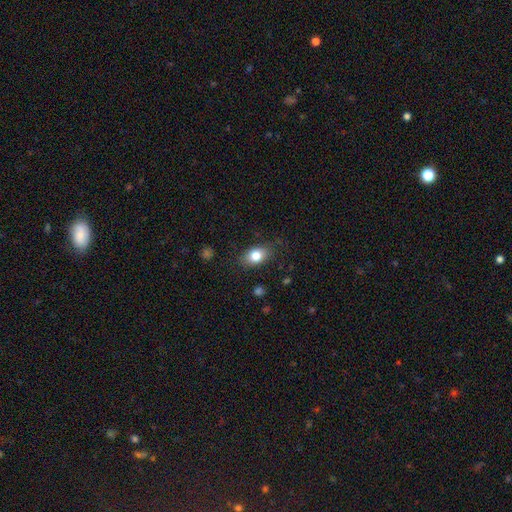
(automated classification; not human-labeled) Smooth or featured?
  - smooth: 80% *
  - featured or disk: 11%
  - star or artifact: 8%
How rounded?
  - in between: 81% *
  - round: 17%
  - cigar-shaped: 2%
Merging?
  - none: 81% *
  - minor disturbance: 14%
  - major disturbance: 4%
  - merger: 1%